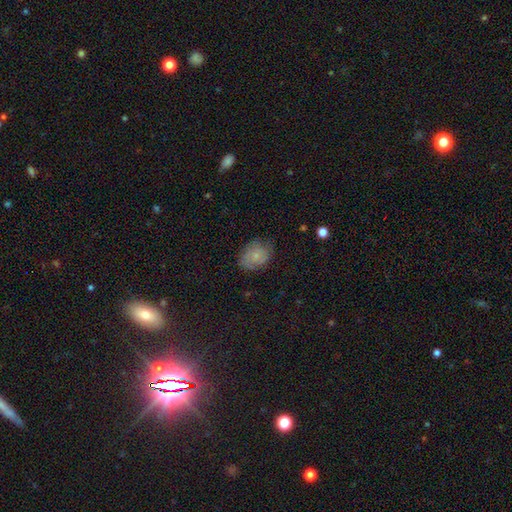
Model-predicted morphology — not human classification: type=smooth (69%); roundness=in between (65%); merging=none (68%).